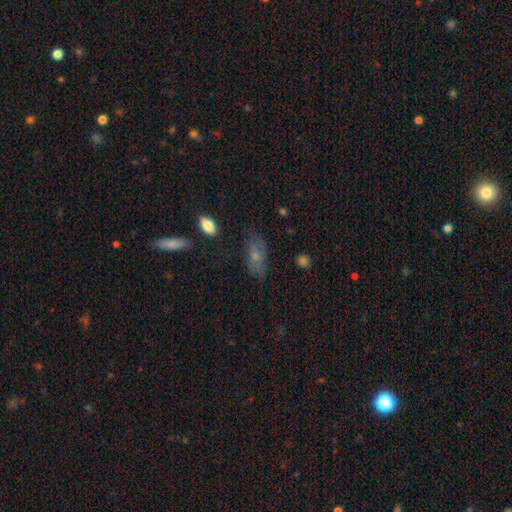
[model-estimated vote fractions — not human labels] smooth_or_featured: smooth (p=0.63) [alt: featured or disk p=0.28]
how_rounded: in between (p=0.84) [alt: cigar-shaped p=0.11]
merging: none (p=0.67) [alt: minor disturbance p=0.22]